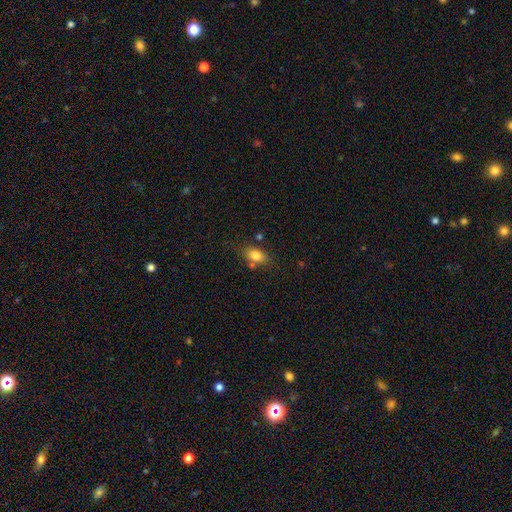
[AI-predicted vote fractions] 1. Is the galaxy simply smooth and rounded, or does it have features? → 82% smooth, 9% featured or disk, 9% star or artifact.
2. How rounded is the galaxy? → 83% in between, 14% round, 3% cigar-shaped.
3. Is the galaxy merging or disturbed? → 69% none, 16% minor disturbance, 11% merger, 4% major disturbance.